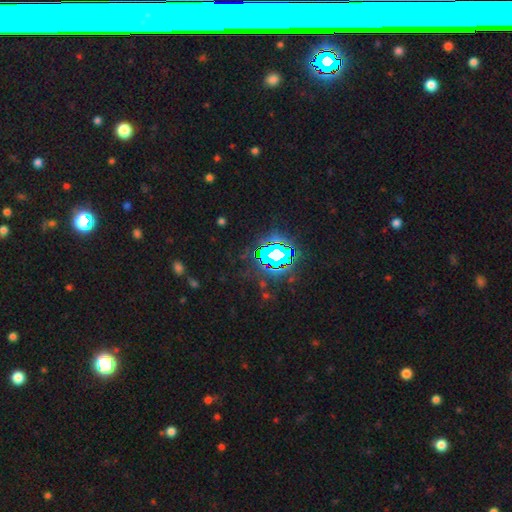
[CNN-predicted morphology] The model was most divided on "smooth or featured": star or artifact: 79%, smooth: 12%, featured or disk: 9%.